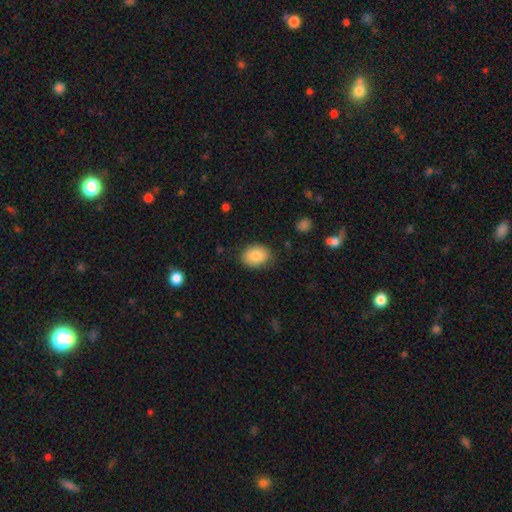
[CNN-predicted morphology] A smooth galaxy with no disk features (83%) that is in between round and cigar-shaped (60%).

Vote fractions:
- Smooth or featured? smooth: 83% / featured or disk: 9% / star or artifact: 7%
- How rounded? in between: 60% / round: 39% / cigar-shaped: 1%
- Merging? none: 81% / minor disturbance: 14% / major disturbance: 3% / merger: 1%